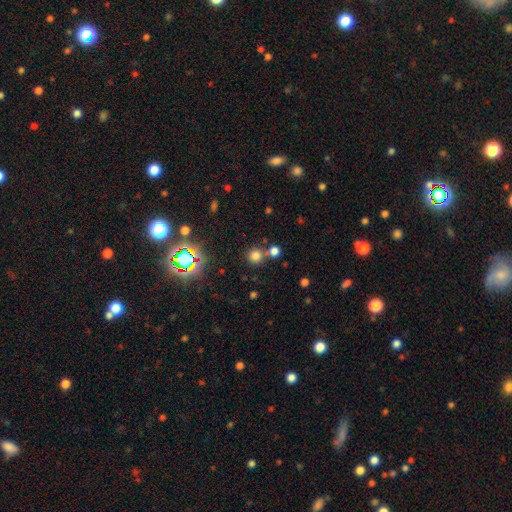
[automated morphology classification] Smooth or featured: smooth — 70% (star or artifact — 23%)
How rounded: round — 93% (in between — 6%)
Merging: none — 69% (merger — 22%)